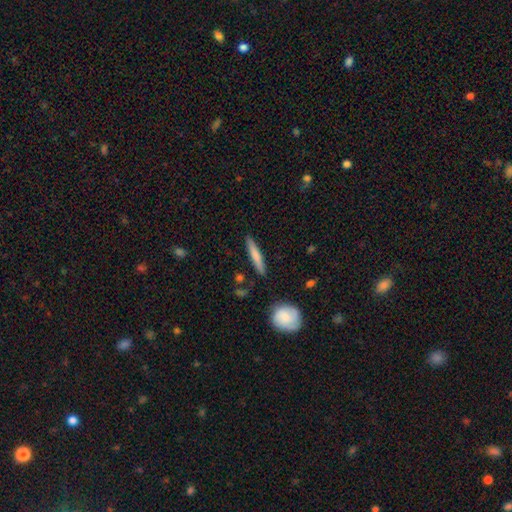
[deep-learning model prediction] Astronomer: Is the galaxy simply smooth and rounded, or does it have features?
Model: smooth — 69%.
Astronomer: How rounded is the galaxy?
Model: cigar-shaped — 92%.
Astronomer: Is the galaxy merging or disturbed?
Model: none — 87%.